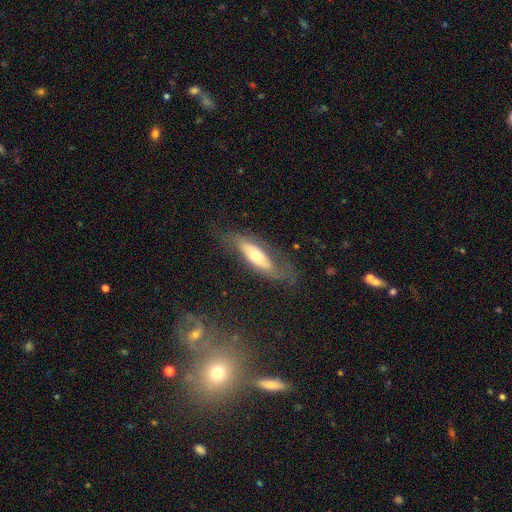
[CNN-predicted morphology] A featured or disk galaxy (56%). Merging: none (60%).